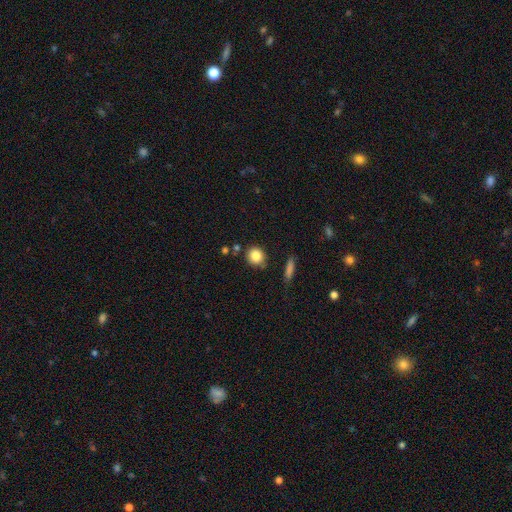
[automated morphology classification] Smooth or featured: smooth — 85% (star or artifact — 9%)
How rounded: round — 83% (in between — 15%)
Merging: none — 80% (minor disturbance — 12%)